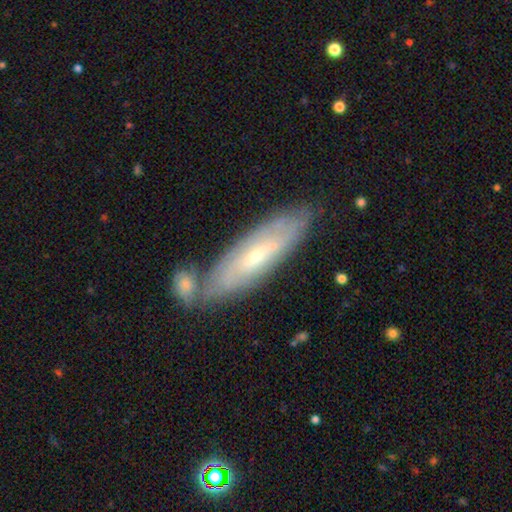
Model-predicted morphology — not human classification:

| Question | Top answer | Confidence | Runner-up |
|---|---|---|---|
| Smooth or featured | featured or disk | 61% | smooth (33%) |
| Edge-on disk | no | 68% | yes (32%) |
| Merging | none | 65% | merger (17%) |